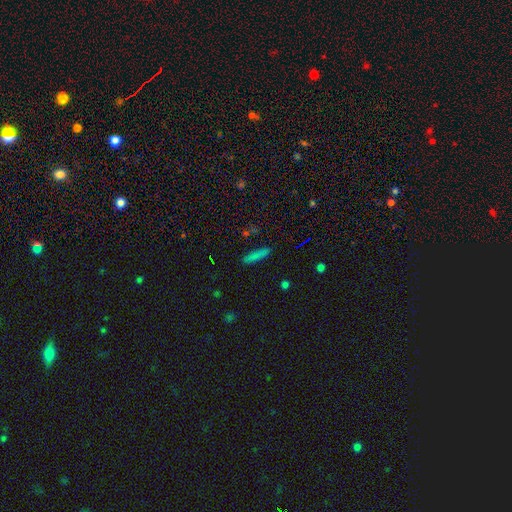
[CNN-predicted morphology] A smooth galaxy with no disk features (77%) that is cigar-shaped (90%). Merging: none (88%).